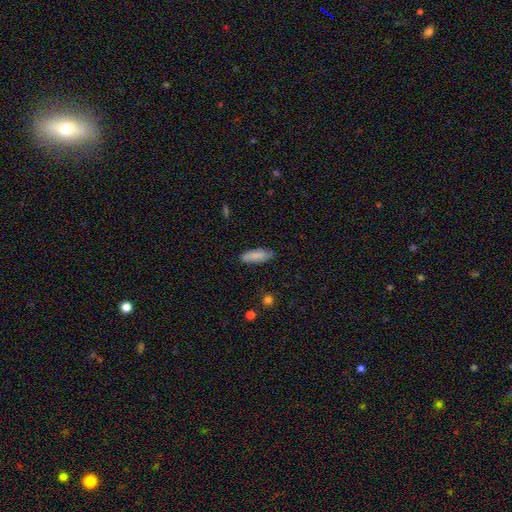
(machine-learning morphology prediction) Smooth or featured? smooth (85%)
How rounded? in between (61%)
Merging? none (83%)